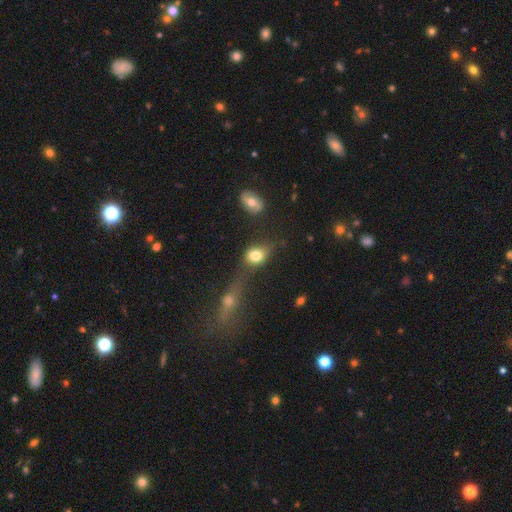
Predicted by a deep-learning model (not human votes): A smooth galaxy with no disk features (78%) that is in between round and cigar-shaped (60%).

Vote fractions:
- Smooth or featured? smooth: 78% / featured or disk: 12% / star or artifact: 10%
- How rounded? in between: 60% / round: 37% / cigar-shaped: 2%
- Merging? none: 51% / merger: 20% / minor disturbance: 18% / major disturbance: 11%